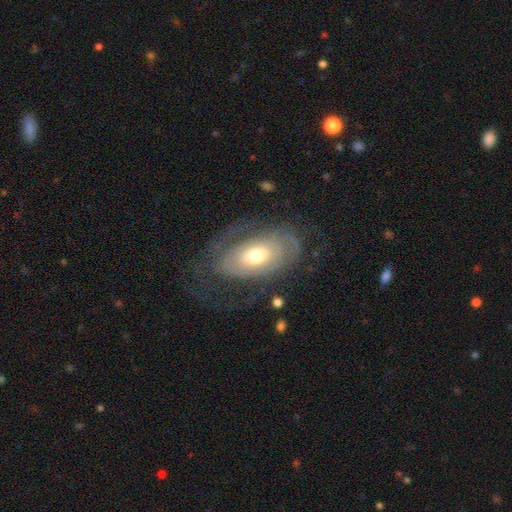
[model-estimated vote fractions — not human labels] This is likely a featured or disk galaxy (65%). It is clearly not viewed edge-on (92%). Bar: likely no (78%). Spiral arm pattern: likely yes (67%). Central bulge: likely moderate (60%). Merging: possibly none (55%).